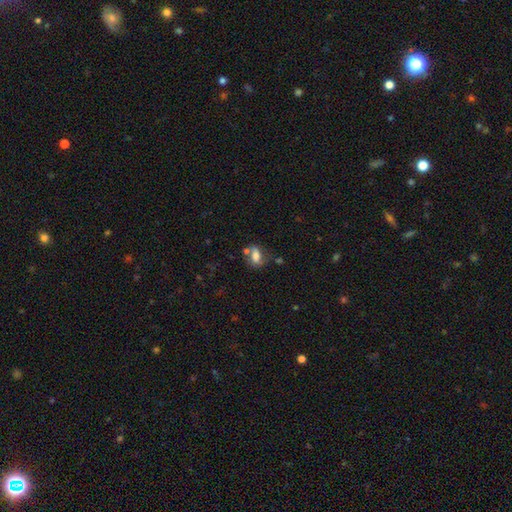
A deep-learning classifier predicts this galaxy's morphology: type=smooth (63%); roundness=in between (76%); merging=none (49%).